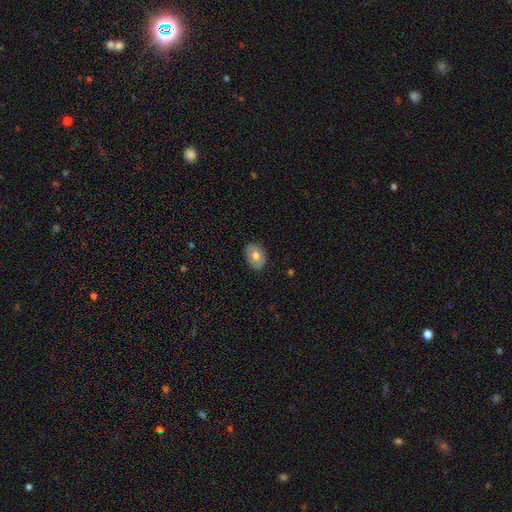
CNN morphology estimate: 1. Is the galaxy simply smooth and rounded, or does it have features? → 63% smooth, 30% featured or disk, 7% star or artifact.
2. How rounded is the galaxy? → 71% in between, 28% round, 1% cigar-shaped.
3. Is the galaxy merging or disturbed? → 84% none, 12% minor disturbance, 3% major disturbance, 1% merger.